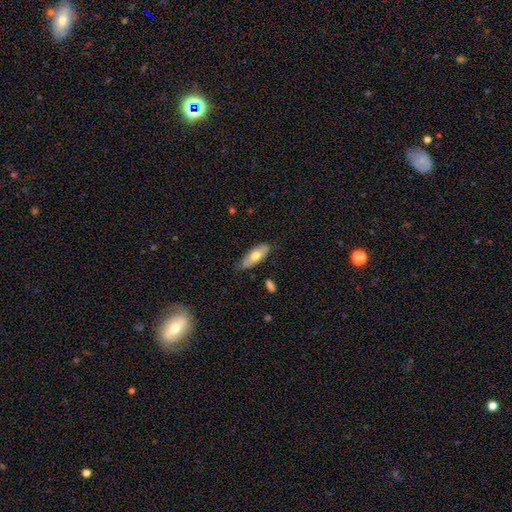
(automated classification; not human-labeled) smooth 64%, featured or disk 30%, star or artifact 6%. Down the decision tree: how rounded — in between (76%); merging — none (76%).